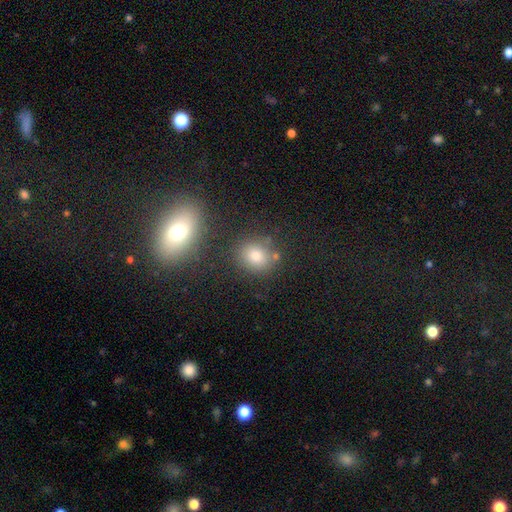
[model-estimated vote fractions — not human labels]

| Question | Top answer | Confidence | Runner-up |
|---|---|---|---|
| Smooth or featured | smooth | 78% | star or artifact (13%) |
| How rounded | round | 68% | in between (30%) |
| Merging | none | 75% | minor disturbance (12%) |